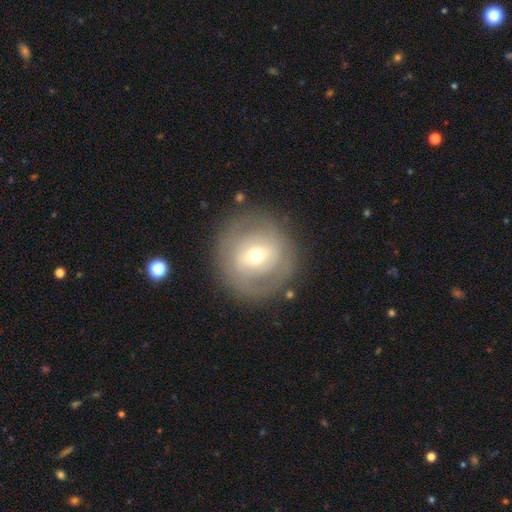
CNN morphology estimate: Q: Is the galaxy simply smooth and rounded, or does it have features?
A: featured or disk — 47%.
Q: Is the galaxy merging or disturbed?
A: none — 82%.